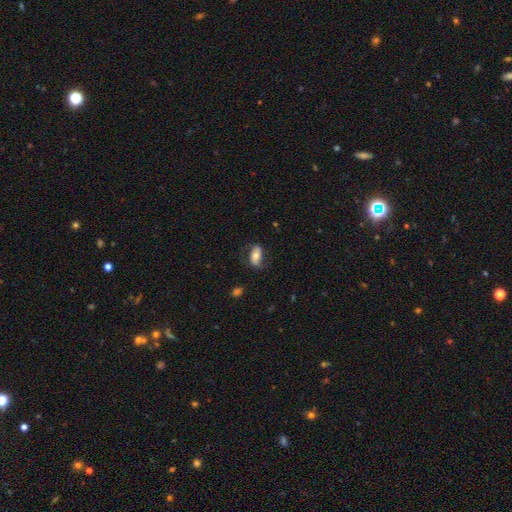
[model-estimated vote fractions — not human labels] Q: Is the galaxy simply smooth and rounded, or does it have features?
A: smooth — 55%.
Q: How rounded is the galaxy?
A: in between — 88%.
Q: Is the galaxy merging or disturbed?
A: none — 67%.